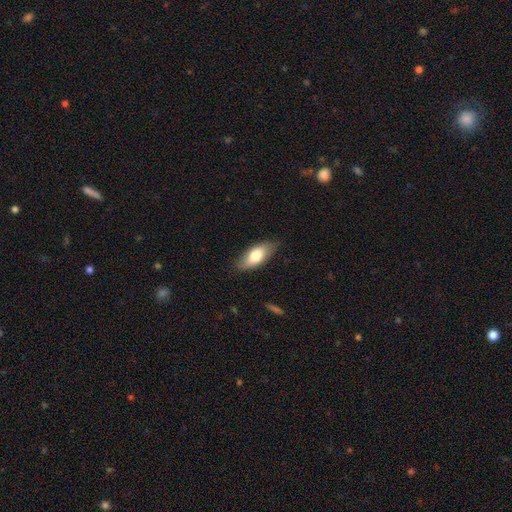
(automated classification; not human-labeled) This is likely a smooth galaxy (75%). How rounded: clearly in between (85%). Merging: clearly none (82%).